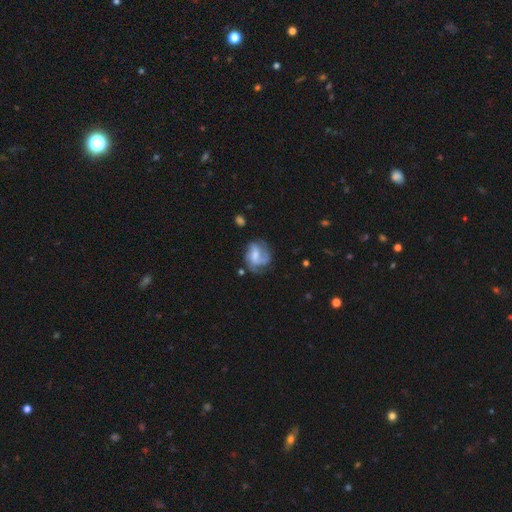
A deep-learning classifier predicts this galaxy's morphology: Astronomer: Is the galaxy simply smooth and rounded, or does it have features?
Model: featured or disk — 63%.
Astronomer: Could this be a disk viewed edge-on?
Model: no — 97%.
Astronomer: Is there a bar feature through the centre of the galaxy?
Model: weak — 44% (runner-up: no, 43%).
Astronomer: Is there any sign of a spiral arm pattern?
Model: yes — 84%.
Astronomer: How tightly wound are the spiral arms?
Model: medium — 43% (runner-up: loose, 34%).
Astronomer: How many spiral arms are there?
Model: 2 — 43% (runner-up: 3, 21%).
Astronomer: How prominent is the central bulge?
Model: moderate — 41% (runner-up: small, 35%).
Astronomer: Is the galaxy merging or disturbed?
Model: none — 52%.